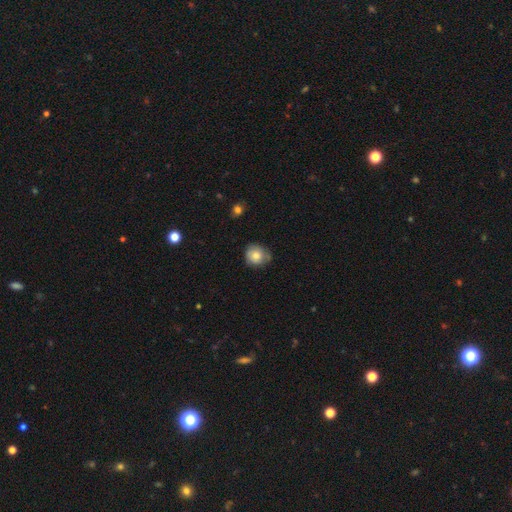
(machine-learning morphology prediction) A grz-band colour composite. It shows a smooth galaxy with no disk features (77%) that is round (84%). Merging: none (64%).